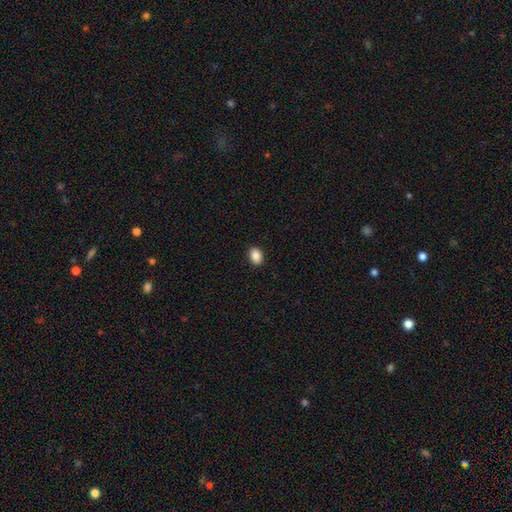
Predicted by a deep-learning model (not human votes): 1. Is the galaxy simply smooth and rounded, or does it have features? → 88% smooth, 8% star or artifact, 4% featured or disk.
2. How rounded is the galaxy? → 74% in between, 24% round, 1% cigar-shaped.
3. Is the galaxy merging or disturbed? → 91% none, 7% minor disturbance, 2% major disturbance, 1% merger.